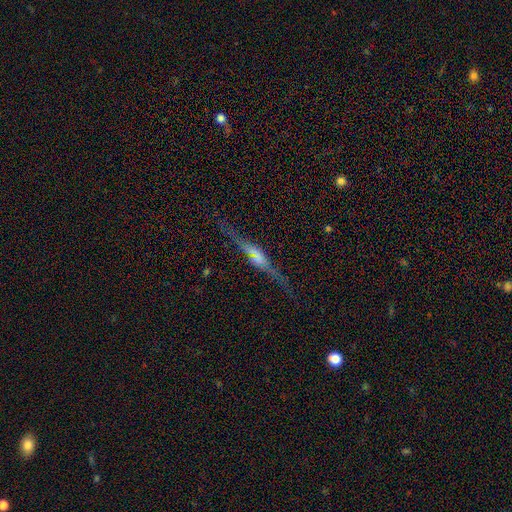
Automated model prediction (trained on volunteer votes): Smooth or featured? Predicted: featured or disk (p=0.75). Edge-on disk? Predicted: yes (p=0.95). Edge-on bulge? Predicted: rounded (p=0.53). Merging? Predicted: none (p=0.79).